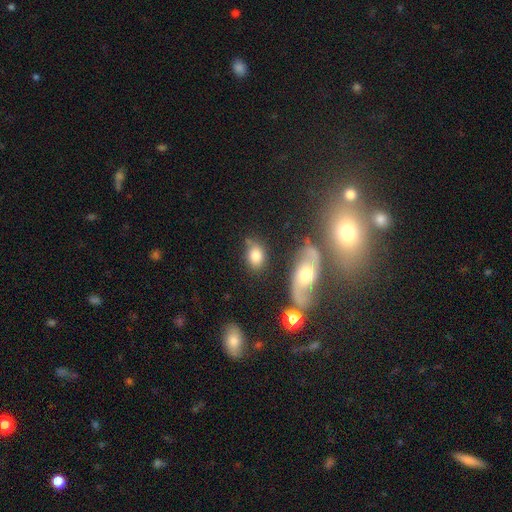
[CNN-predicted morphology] A smooth galaxy with no disk features (75%) that is in between round and cigar-shaped (75%). Merging: none (65%).